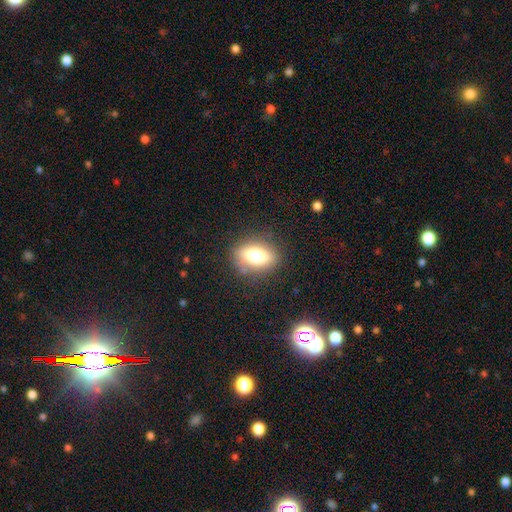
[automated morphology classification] smooth 69%, featured or disk 20%, star or artifact 11%. Down the decision tree: how rounded — in between (70%); merging — none (81%).